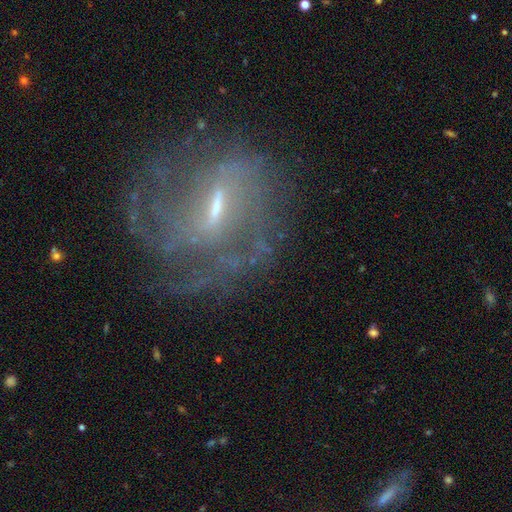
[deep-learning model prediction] Morphology: type=featured or disk (80%); edge-on=no (95%); bar=weak (53%); spiral arms=yes (85%); winding=tight (43%); arm count=can't tell (45%); bulge=small (55%); merging=none (62%).